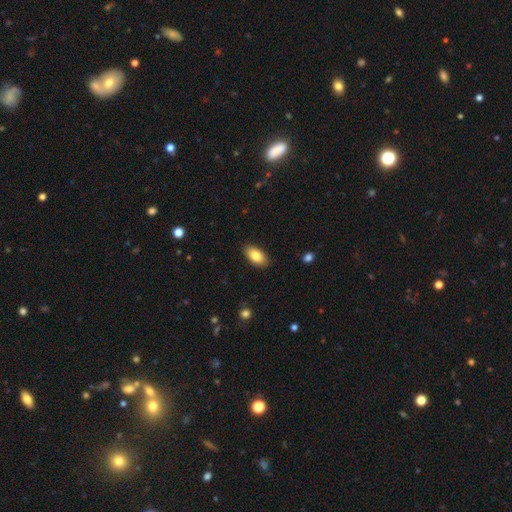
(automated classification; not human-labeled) Morphology: type=smooth (84%); roundness=in between (93%); merging=none (88%).